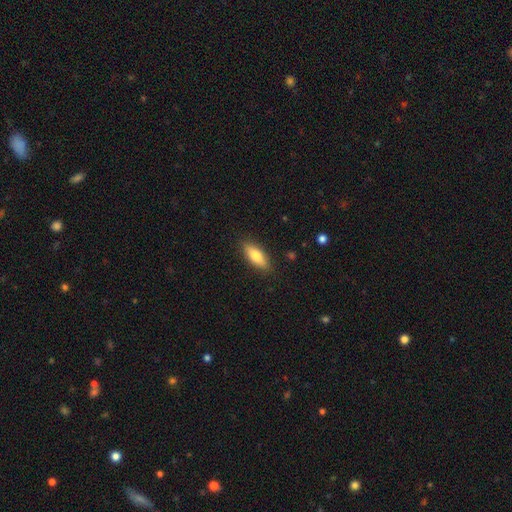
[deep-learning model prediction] Q: Smooth or featured?
A: smooth (76%); runner-up: featured or disk (18%)
Q: How rounded?
A: in between (68%); runner-up: cigar-shaped (30%)
Q: Merging?
A: none (87%); runner-up: minor disturbance (9%)